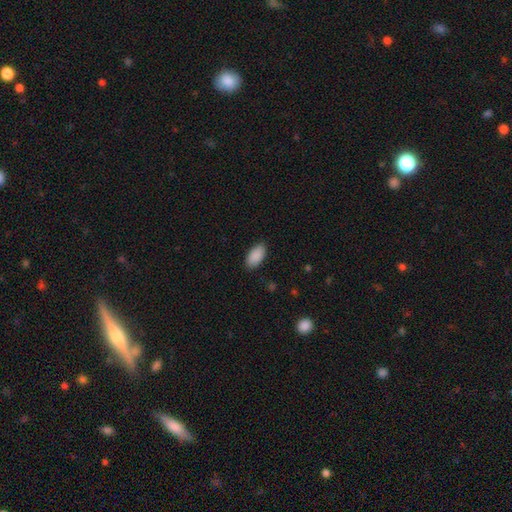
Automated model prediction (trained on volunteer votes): smooth_or_featured: smooth (p=0.90) [alt: star or artifact p=0.06]
how_rounded: in between (p=0.95) [alt: cigar-shaped p=0.03]
merging: none (p=0.87) [alt: minor disturbance p=0.10]